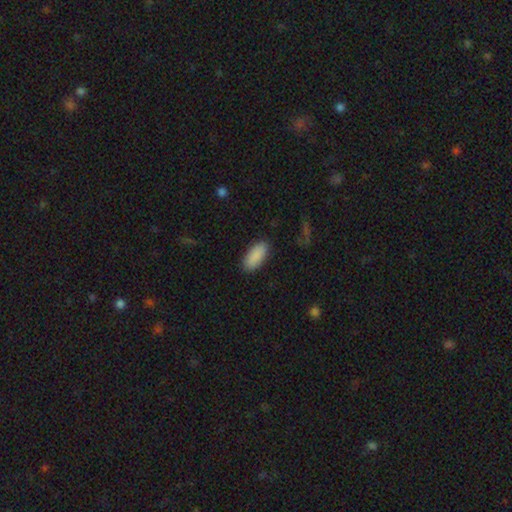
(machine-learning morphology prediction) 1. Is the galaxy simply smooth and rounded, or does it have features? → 90% smooth, 6% star or artifact, 4% featured or disk.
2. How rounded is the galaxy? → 88% in between, 11% cigar-shaped, 2% round.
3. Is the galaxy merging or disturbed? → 88% none, 9% minor disturbance, 2% major disturbance, 1% merger.